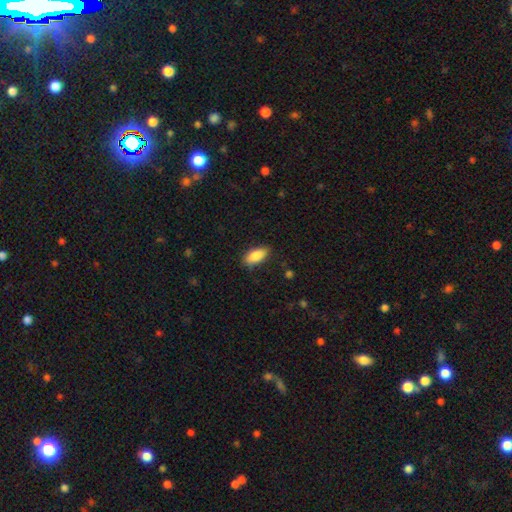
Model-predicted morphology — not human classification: This appears to be a smooth galaxy with no disk features (88%) that is in between round and cigar-shaped (88%). Merging: none (81%).